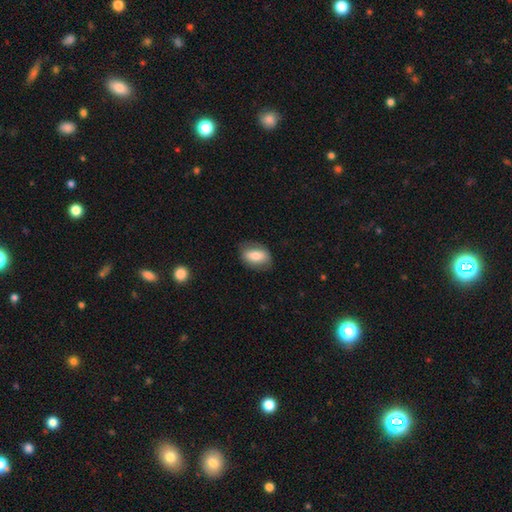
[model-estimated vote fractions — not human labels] Morphology: type=smooth (70%); roundness=in between (86%); merging=none (77%).